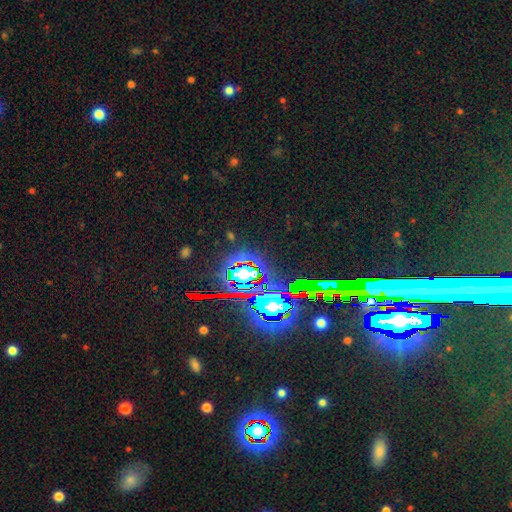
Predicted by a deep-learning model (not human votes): This appears to be a star or artifact, not a galaxy (82%).